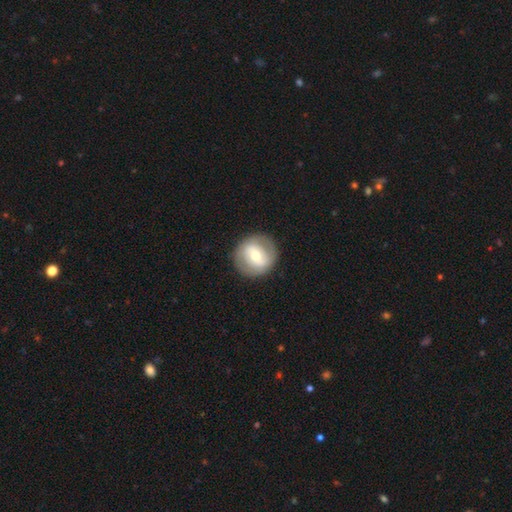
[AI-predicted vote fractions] smooth-or-featured: featured or disk: 51% | smooth: 42% | star or artifact: 7%
  disk-edge-on: no: 95% | yes: 5%
  merging: none: 87% | minor disturbance: 9% | major disturbance: 4% | merger: 1%